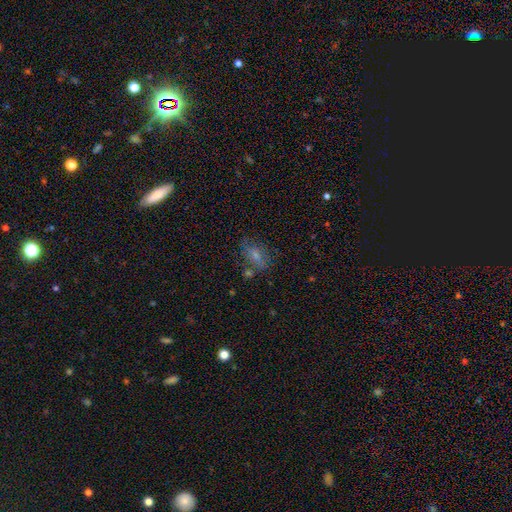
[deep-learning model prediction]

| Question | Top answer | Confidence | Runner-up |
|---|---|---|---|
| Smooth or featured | smooth | 58% | featured or disk (29%) |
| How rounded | in between | 76% | cigar-shaped (13%) |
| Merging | none | 65% | minor disturbance (20%) |